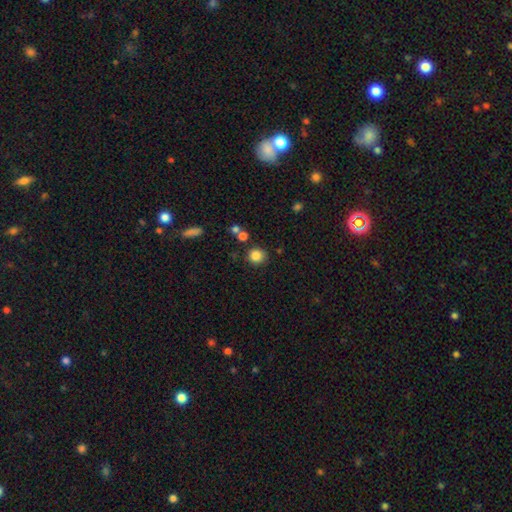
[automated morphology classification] This is clearly a smooth galaxy (84%). How rounded: clearly round (89%). Merging: clearly none (82%).